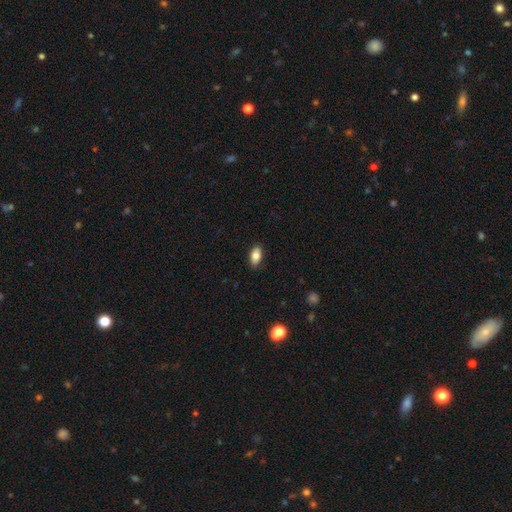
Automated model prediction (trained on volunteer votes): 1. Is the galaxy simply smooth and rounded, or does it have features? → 83% smooth, 10% featured or disk, 7% star or artifact.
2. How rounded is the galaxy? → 91% in between, 5% round, 4% cigar-shaped.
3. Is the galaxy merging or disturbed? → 86% none, 11% minor disturbance, 2% major disturbance, 1% merger.